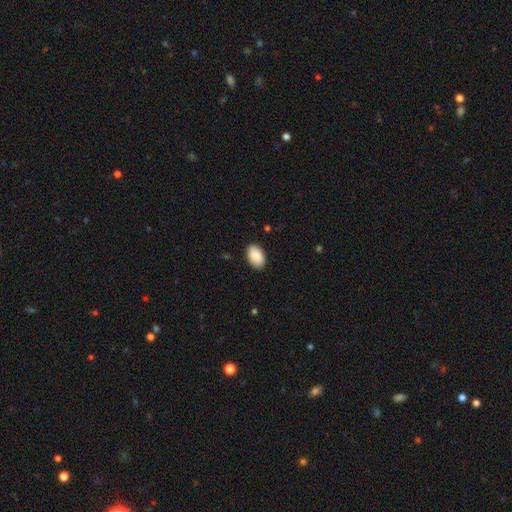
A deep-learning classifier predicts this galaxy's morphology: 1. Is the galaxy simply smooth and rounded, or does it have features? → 88% smooth, 6% star or artifact, 6% featured or disk.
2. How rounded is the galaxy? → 93% in between, 6% round, 1% cigar-shaped.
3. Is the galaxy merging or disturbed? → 88% none, 9% minor disturbance, 2% major disturbance, 1% merger.